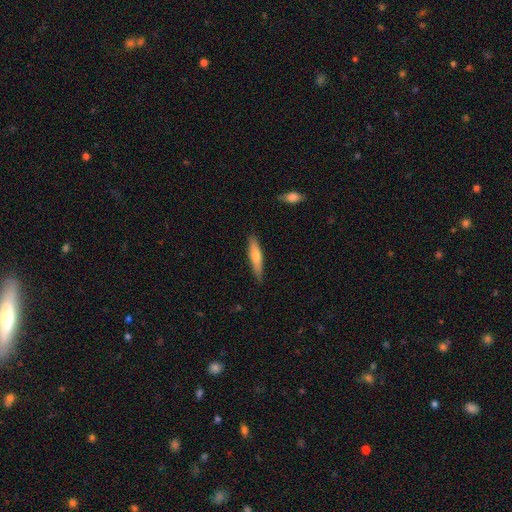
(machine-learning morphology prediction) smooth-or-featured: smooth: 59% | featured or disk: 35% | star or artifact: 6%
  how-rounded: cigar-shaped: 83% | in between: 16% | round: 2%
  merging: none: 87% | minor disturbance: 10% | major disturbance: 2% | merger: 1%